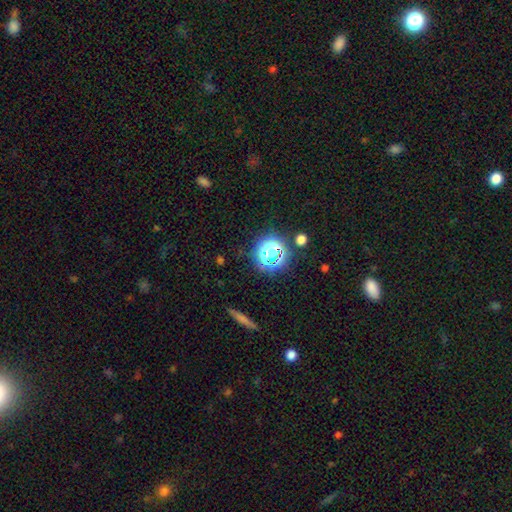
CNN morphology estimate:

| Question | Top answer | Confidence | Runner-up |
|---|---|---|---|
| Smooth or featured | star or artifact | 65% | smooth (26%) |